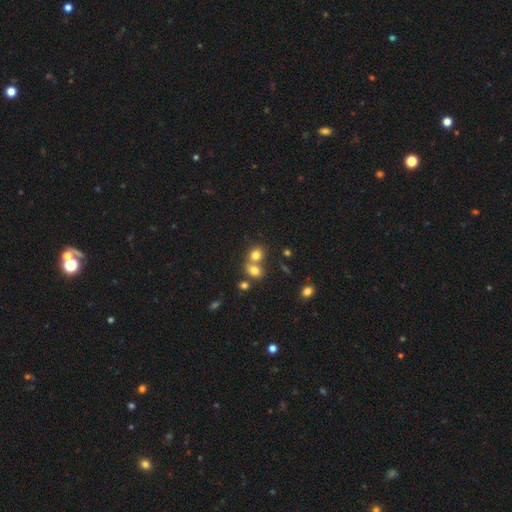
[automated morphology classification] smooth 77%, star or artifact 13%, featured or disk 11%. Down the decision tree: how rounded — round (64%); merging — merger (49%).